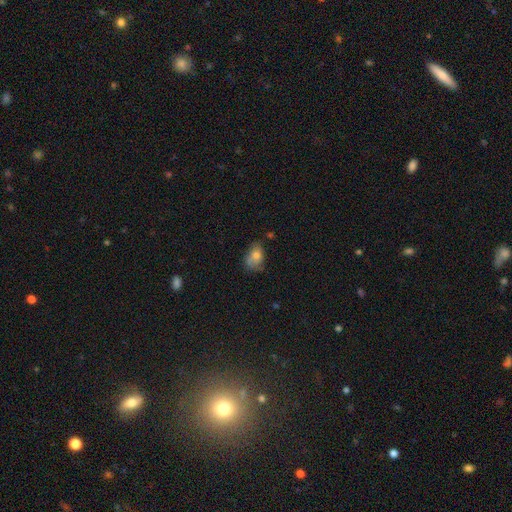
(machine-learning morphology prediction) Smooth or featured?
  - smooth: 73% *
  - featured or disk: 17%
  - star or artifact: 10%
How rounded?
  - in between: 80% *
  - round: 18%
  - cigar-shaped: 2%
Merging?
  - none: 47% *
  - minor disturbance: 35%
  - major disturbance: 13%
  - merger: 5%